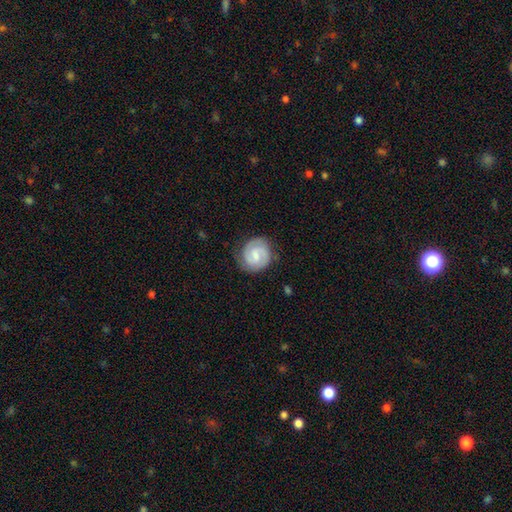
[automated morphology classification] Overall: featured or disk (70%). Edge-on disk: no (98%). Bar: weak (59%; no 28%). Spiral arms: yes (94%). Spiral arm count: 2 (84%). Spiral winding: tight (53%; medium 38%). Bulge size: small (44%; moderate 40%). Merging: none (79%).